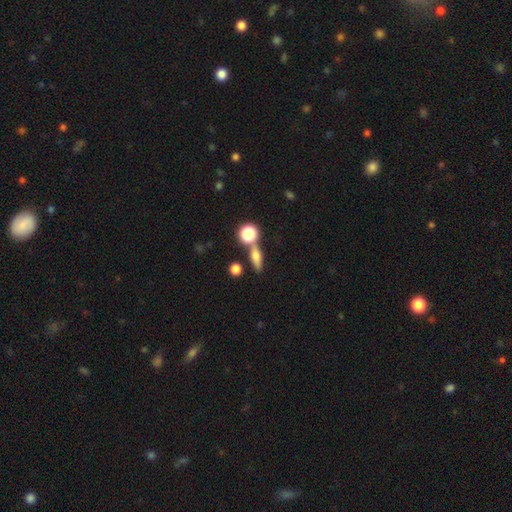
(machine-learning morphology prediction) smooth_or_featured: smooth (p=0.57) [alt: featured or disk p=0.29]
how_rounded: cigar-shaped (p=0.39) [alt: in between p=0.35]
merging: none (p=0.67) [alt: merger p=0.18]